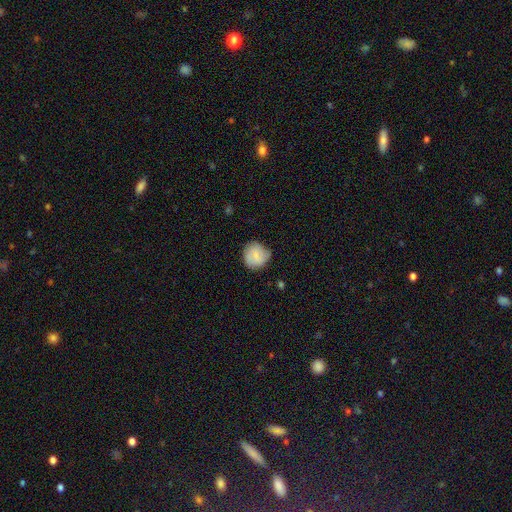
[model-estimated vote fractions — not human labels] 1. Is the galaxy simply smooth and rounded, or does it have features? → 79% smooth, 14% featured or disk, 7% star or artifact.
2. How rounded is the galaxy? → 90% round, 9% in between, 1% cigar-shaped.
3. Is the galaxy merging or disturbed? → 69% none, 24% minor disturbance, 5% major disturbance, 1% merger.